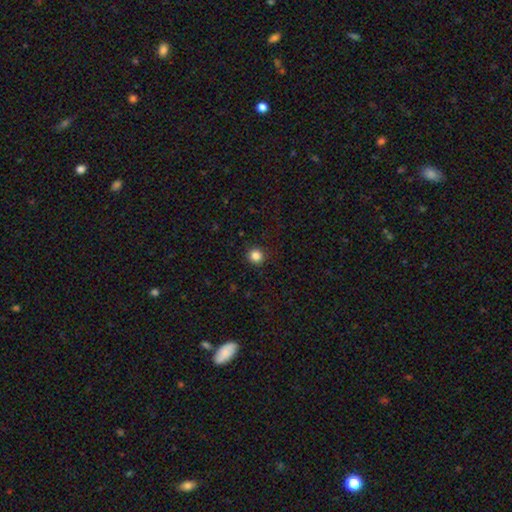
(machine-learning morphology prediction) Smooth or featured?
  - smooth: 85% *
  - star or artifact: 11%
  - featured or disk: 4%
How rounded?
  - round: 94% *
  - in between: 5%
  - cigar-shaped: 1%
Merging?
  - none: 92% *
  - minor disturbance: 5%
  - major disturbance: 2%
  - merger: 1%